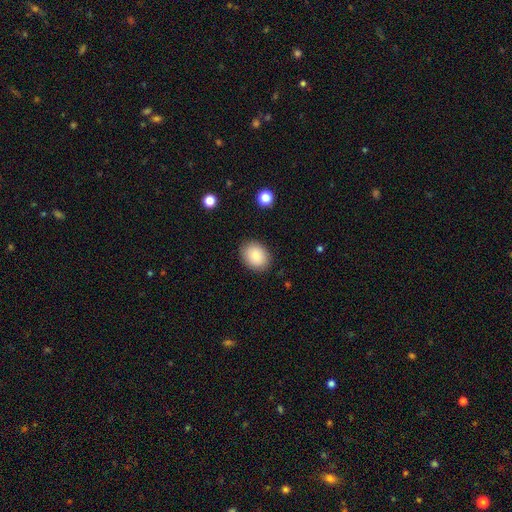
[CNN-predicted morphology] Smooth or featured: smooth — 87% (star or artifact — 7%)
How rounded: in between — 60% (round — 39%)
Merging: none — 87% (minor disturbance — 9%)